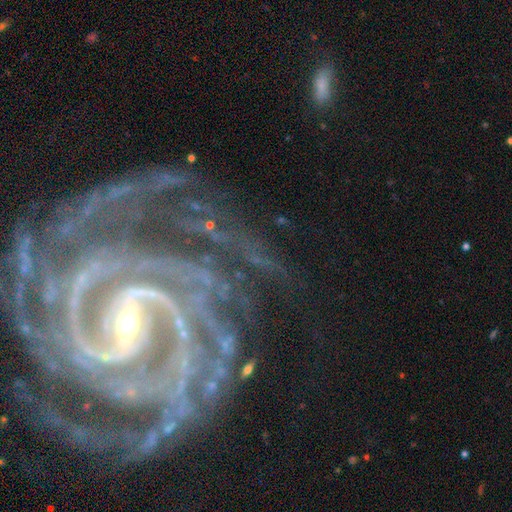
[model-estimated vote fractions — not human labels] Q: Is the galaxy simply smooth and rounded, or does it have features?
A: featured or disk — 91%.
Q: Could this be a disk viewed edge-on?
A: no — 98%.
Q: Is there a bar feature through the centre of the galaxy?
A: strong — 55%.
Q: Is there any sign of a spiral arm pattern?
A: yes — 98%.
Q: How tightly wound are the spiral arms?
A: tight — 61%.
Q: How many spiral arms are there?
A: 2 — 32%.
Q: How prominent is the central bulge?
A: small — 59%.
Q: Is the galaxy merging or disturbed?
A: none — 64%.